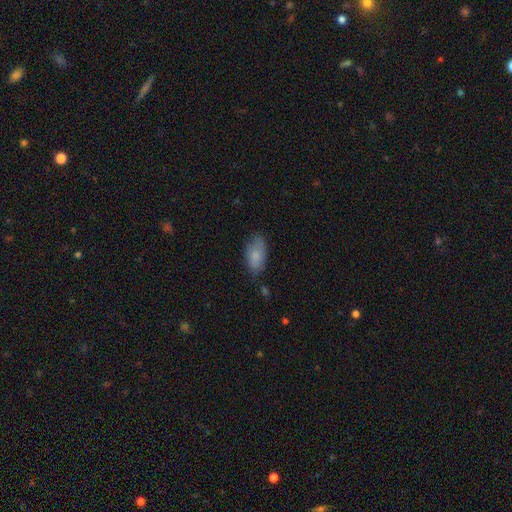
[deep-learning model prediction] smooth_or_featured: smooth (p=0.81) [alt: featured or disk p=0.12]
how_rounded: in between (p=0.93) [alt: cigar-shaped p=0.04]
merging: none (p=0.69) [alt: minor disturbance p=0.23]